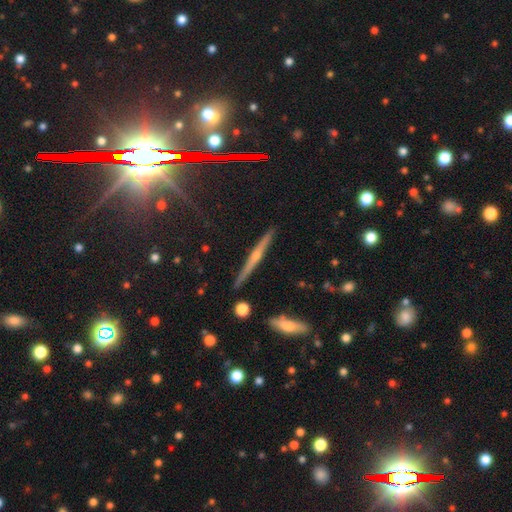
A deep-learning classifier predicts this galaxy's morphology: Smooth or featured?
  - featured or disk: 72% *
  - smooth: 18%
  - star or artifact: 10%
Edge-on disk?
  - yes: 98% *
  - no: 2%
Edge-on bulge?
  - rounded: 78% *
  - none: 16%
  - boxy: 6%
Merging?
  - none: 89% *
  - minor disturbance: 8%
  - merger: 2%
  - major disturbance: 1%